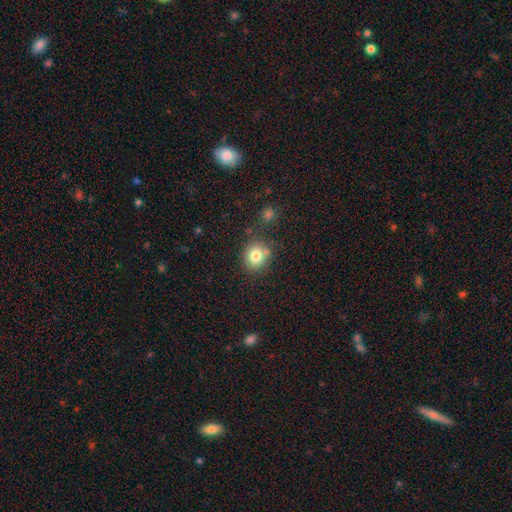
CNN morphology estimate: Smooth or featured? Predicted: smooth (p=0.80). How rounded? Predicted: round (p=0.77). Merging? Predicted: none (p=0.73).